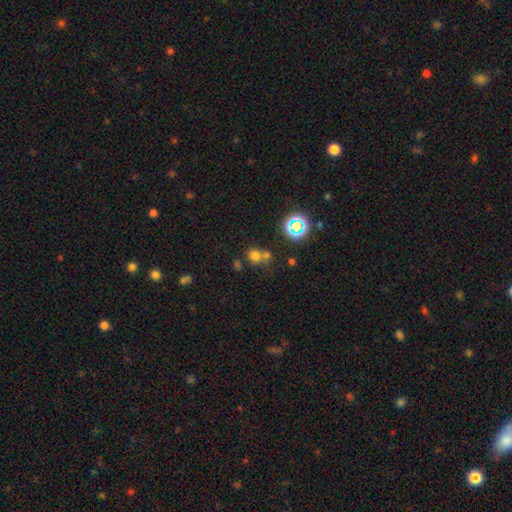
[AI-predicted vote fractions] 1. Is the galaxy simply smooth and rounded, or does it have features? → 66% smooth, 24% star or artifact, 9% featured or disk.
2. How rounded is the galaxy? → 79% round, 19% in between, 1% cigar-shaped.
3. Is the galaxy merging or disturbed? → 49% none, 37% merger, 10% minor disturbance, 5% major disturbance.